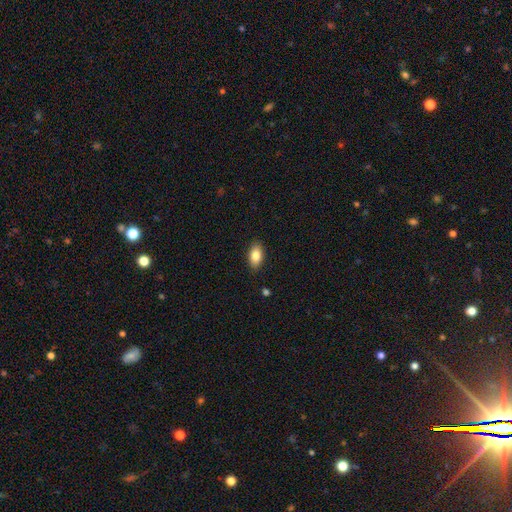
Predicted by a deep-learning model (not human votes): A smooth galaxy with no disk features (84%) that is in between round and cigar-shaped (91%). Merging: none (88%).